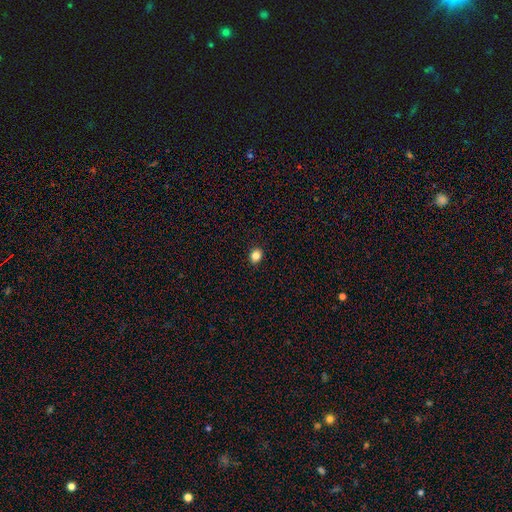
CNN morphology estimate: smooth-or-featured: smooth: 84% | star or artifact: 11% | featured or disk: 4%
  how-rounded: round: 59% | in between: 40% | cigar-shaped: 1%
  merging: none: 91% | minor disturbance: 6% | major disturbance: 2% | merger: 1%